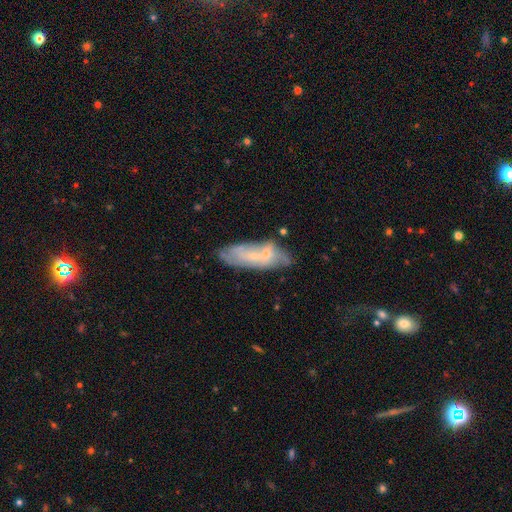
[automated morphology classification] A featured or disk galaxy (52%). Merging: none (53%).